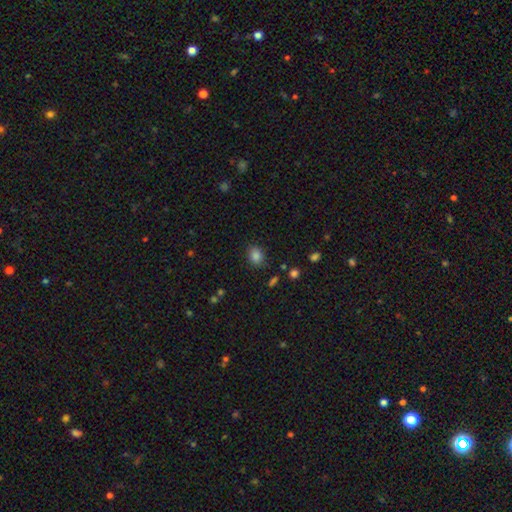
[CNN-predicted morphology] This is clearly a smooth galaxy (85%). How rounded: possibly in between (56%). Merging: clearly none (82%).